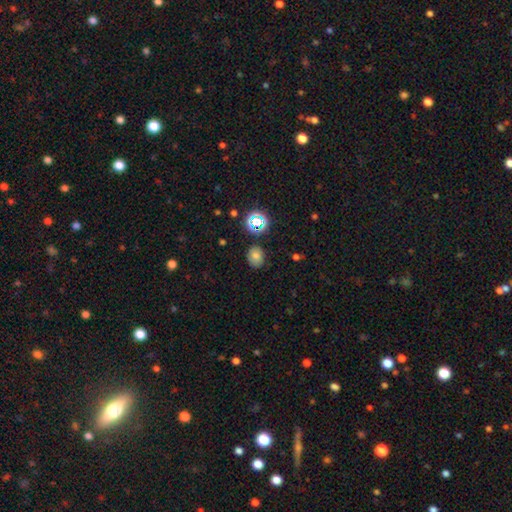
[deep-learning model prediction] Morphology: type=smooth (63%); roundness=round (61%); merging=none (83%).